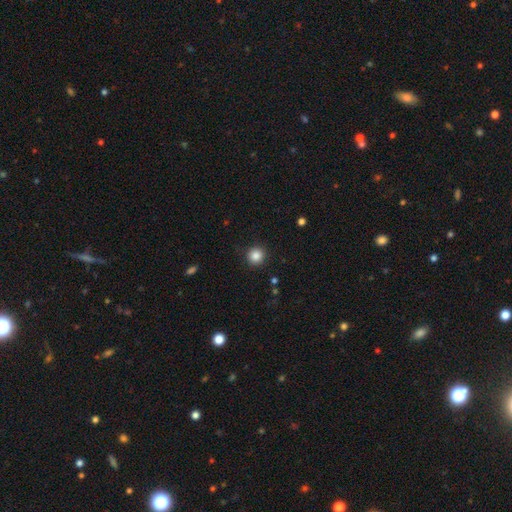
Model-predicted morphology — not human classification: Smooth or featured? Predicted: smooth (p=0.86). How rounded? Predicted: round (p=0.94). Merging? Predicted: none (p=0.91).